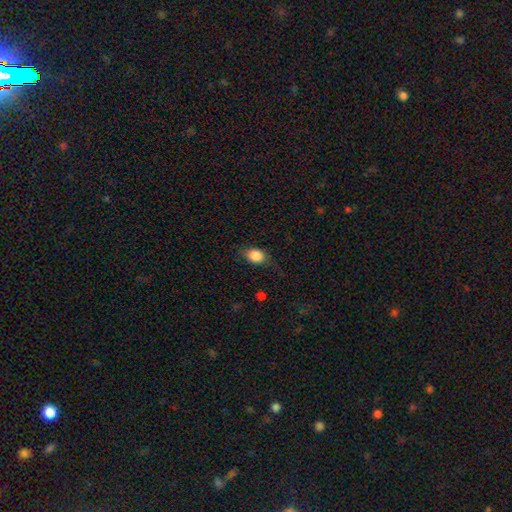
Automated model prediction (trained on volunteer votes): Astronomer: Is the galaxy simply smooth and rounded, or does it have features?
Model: smooth — 85%.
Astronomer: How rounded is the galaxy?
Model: in between — 56% (runner-up: round, 42%).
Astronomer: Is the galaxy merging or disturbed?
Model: none — 70%.